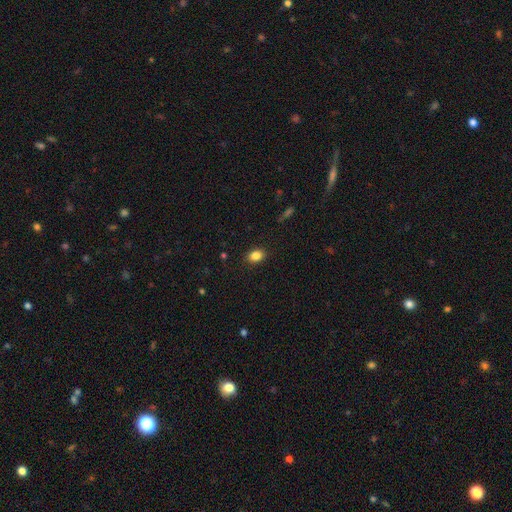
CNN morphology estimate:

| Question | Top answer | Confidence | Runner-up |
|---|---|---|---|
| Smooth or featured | smooth | 85% | star or artifact (10%) |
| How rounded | in between | 76% | round (23%) |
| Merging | none | 88% | minor disturbance (9%) |